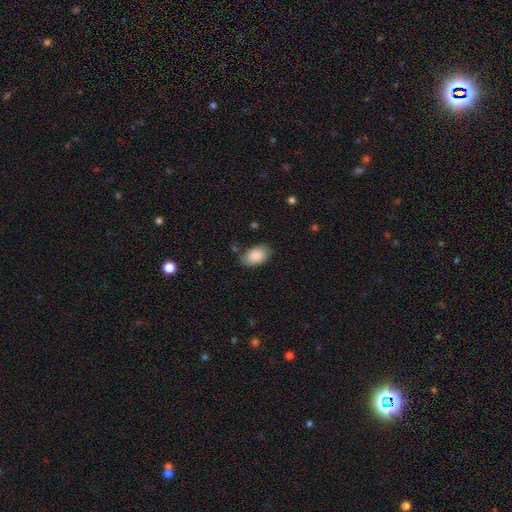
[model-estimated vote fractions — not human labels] Overall: smooth (88%). How rounded: in between (92%). Merging: none (79%).